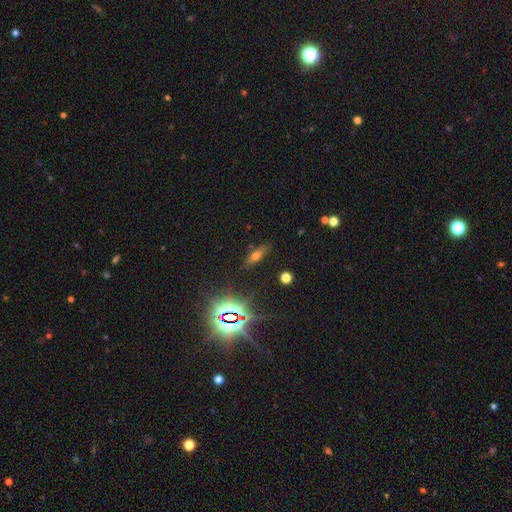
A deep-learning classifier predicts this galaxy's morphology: Smooth or featured? smooth (56%)
How rounded? in between (49%)
Merging? none (82%)